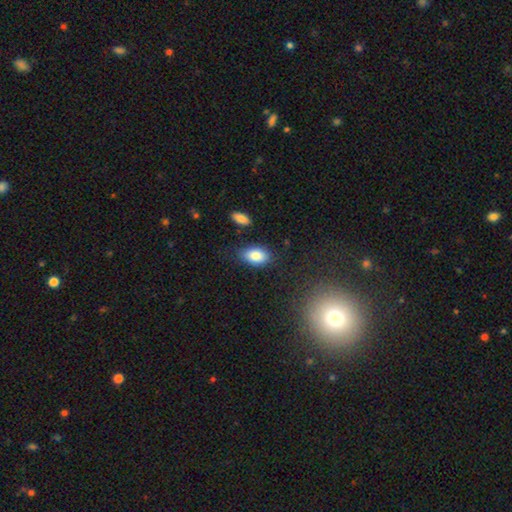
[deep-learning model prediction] This appears to be a smooth galaxy with no disk features (84%) that is in between round and cigar-shaped (90%). Merging: none (79%).